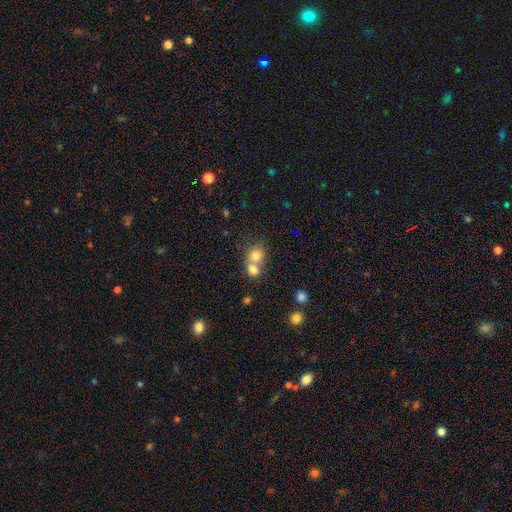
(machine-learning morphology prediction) This is likely a smooth galaxy (77%). How rounded: likely round (75%). Merging: possibly merger (59%).